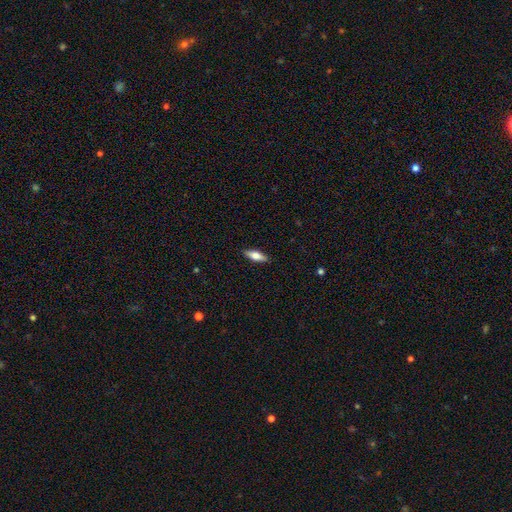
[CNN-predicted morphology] Smooth or featured?
  - smooth: 64% *
  - featured or disk: 30%
  - star or artifact: 6%
How rounded?
  - in between: 59% *
  - cigar-shaped: 39%
  - round: 2%
Merging?
  - none: 89% *
  - minor disturbance: 8%
  - major disturbance: 2%
  - merger: 1%